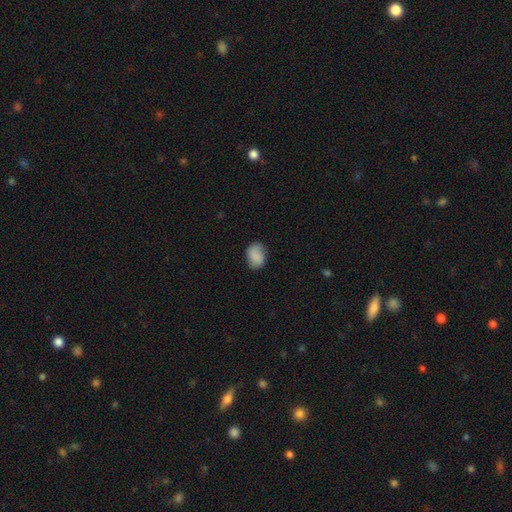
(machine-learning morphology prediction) The model was most divided on "how rounded": in between: 71%, round: 28%, cigar-shaped: 1%. More confident: smooth or featured — smooth (77%); merging — none (73%).